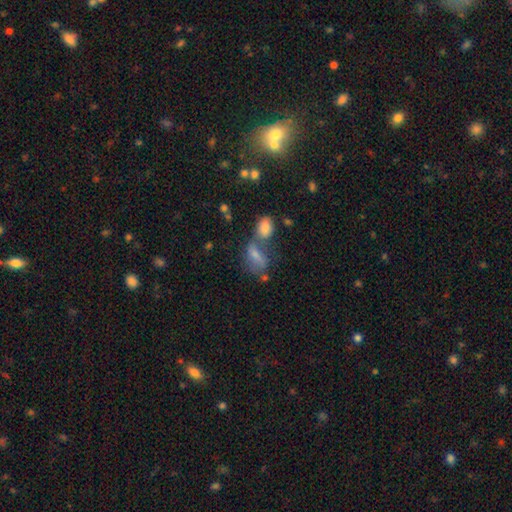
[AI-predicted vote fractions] Smooth or featured? Predicted: smooth (p=0.65). How rounded? Predicted: in between (p=0.83). Merging? Predicted: merger (p=0.46).